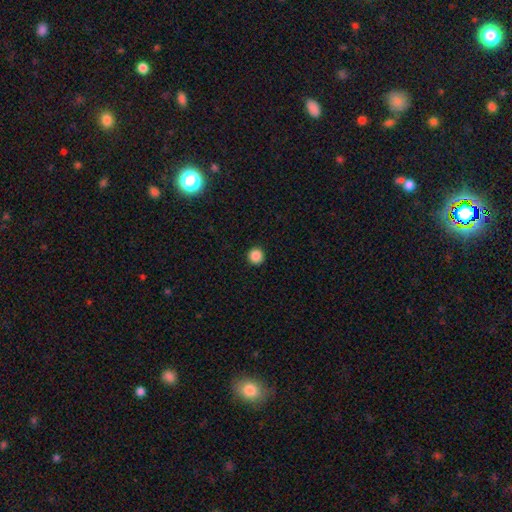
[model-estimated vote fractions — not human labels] A smooth galaxy with no disk features (87%) that is round (96%).

Vote fractions:
- Smooth or featured? smooth: 87% / star or artifact: 10% / featured or disk: 3%
- How rounded? round: 96% / in between: 3% / cigar-shaped: 1%
- Merging? none: 94% / minor disturbance: 4% / major disturbance: 1% / merger: 1%